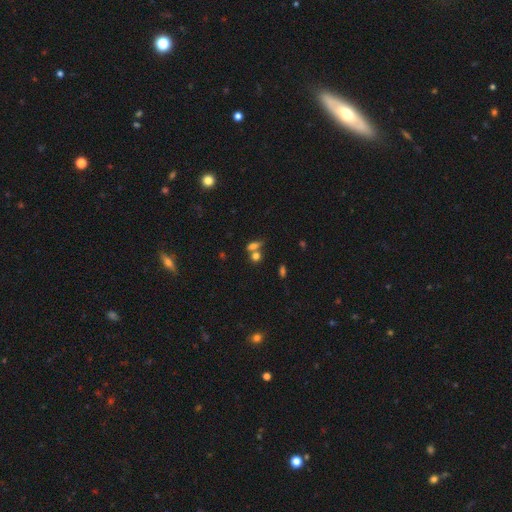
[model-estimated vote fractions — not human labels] smooth_or_featured: smooth (p=0.70) [alt: star or artifact p=0.16]
how_rounded: round (p=0.49) [alt: in between p=0.42]
merging: none (p=0.48) [alt: merger p=0.39]